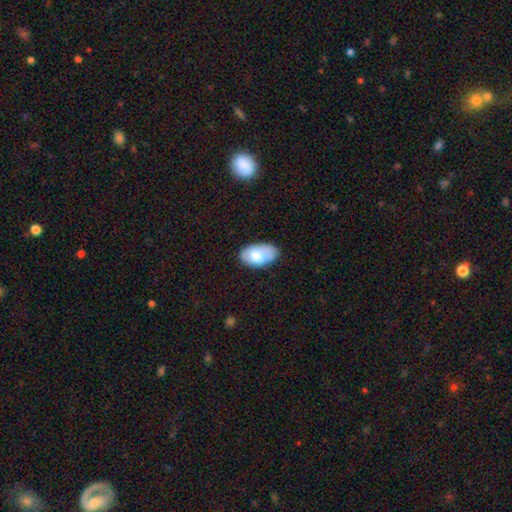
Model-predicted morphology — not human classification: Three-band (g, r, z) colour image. It shows a smooth galaxy with no disk features (71%) that is in between round and cigar-shaped (94%). Merging: none (64%).